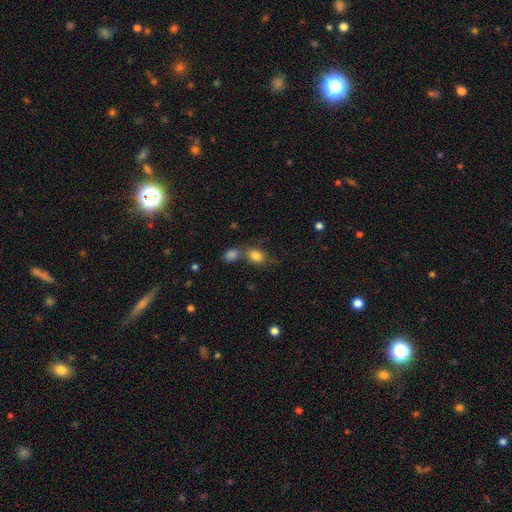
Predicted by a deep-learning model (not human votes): Smooth or featured: smooth — 82% (star or artifact — 10%)
How rounded: in between — 69% (round — 30%)
Merging: none — 52% (merger — 29%)